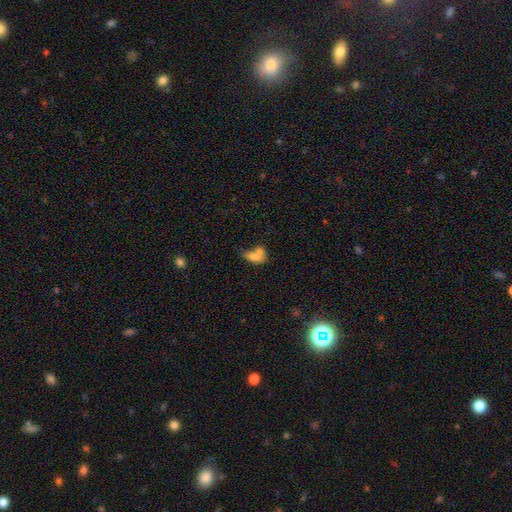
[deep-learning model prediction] Smooth or featured? smooth (69%)
How rounded? in between (79%)
Merging? merger (55%)